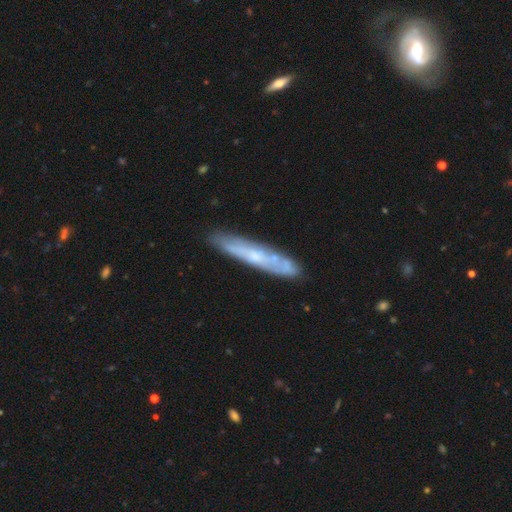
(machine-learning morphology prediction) A featured or disk galaxy (54%) viewed edge-on (66%).

Vote fractions:
- Smooth or featured? featured or disk: 54% / smooth: 39% / star or artifact: 6%
- Edge-on disk? yes: 66% / no: 34%
- Merging? none: 78% / minor disturbance: 14% / merger: 5% / major disturbance: 3%